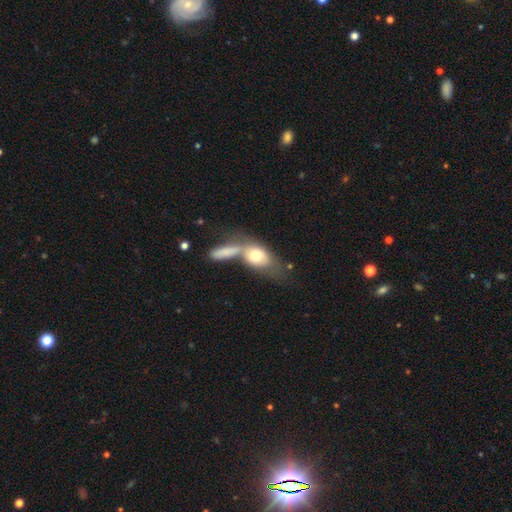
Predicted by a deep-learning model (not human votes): The model was most divided on "merging": merger: 50%, none: 28%, minor disturbance: 12%, major disturbance: 10%. More confident: how rounded — in between (76%); smooth or featured — smooth (68%).